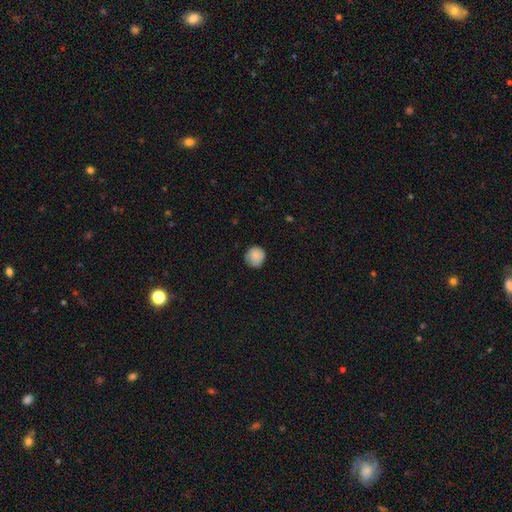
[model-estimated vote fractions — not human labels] Morphology: type=smooth (85%); roundness=round (92%); merging=none (80%).